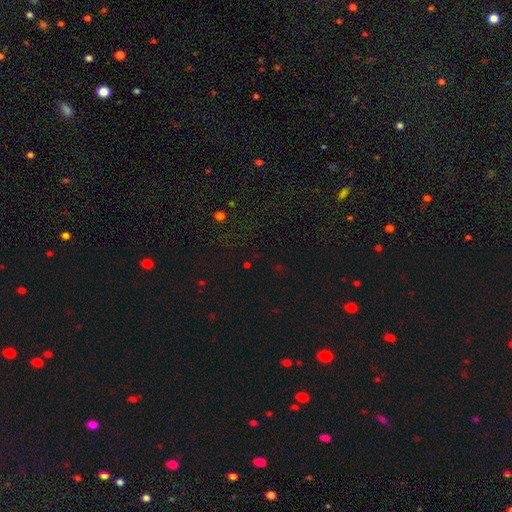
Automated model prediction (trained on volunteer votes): A star or artifact, not a galaxy (65%).